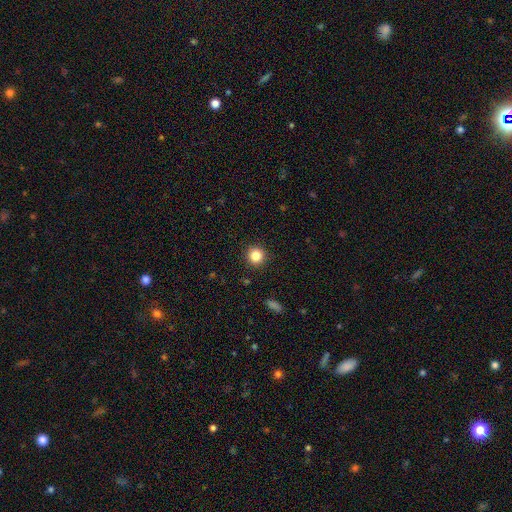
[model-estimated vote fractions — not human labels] This appears to be a smooth galaxy with no disk features (84%) that is round (94%). Merging: none (92%).